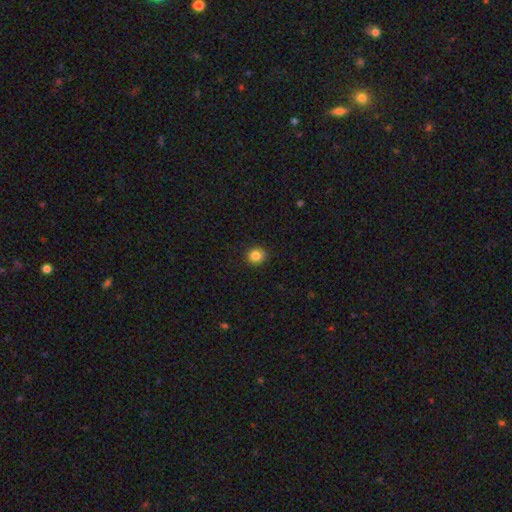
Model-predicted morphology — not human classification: smooth-or-featured: smooth: 84% | star or artifact: 10% | featured or disk: 5%
  how-rounded: round: 86% | in between: 13% | cigar-shaped: 1%
  merging: none: 92% | minor disturbance: 6% | major disturbance: 2% | merger: 1%